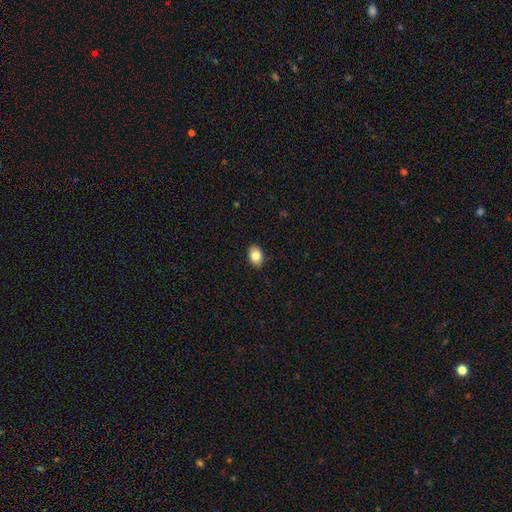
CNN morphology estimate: This appears to be a smooth galaxy with no disk features (84%) that is in between round and cigar-shaped (82%). Merging: none (89%).